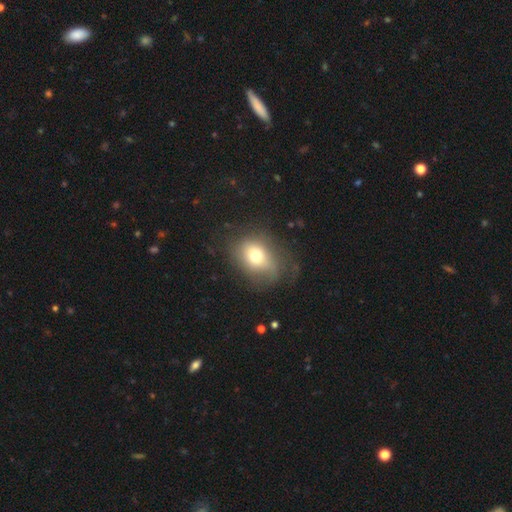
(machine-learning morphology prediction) A smooth galaxy with no disk features (67%) that is in between round and cigar-shaped (55%). Merging: none (57%).